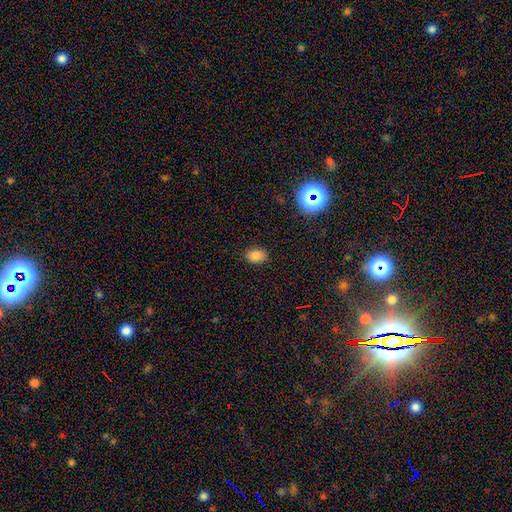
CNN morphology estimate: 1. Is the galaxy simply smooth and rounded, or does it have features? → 84% smooth, 12% star or artifact, 5% featured or disk.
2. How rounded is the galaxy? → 74% in between, 25% round, 1% cigar-shaped.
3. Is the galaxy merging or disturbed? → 88% none, 9% minor disturbance, 2% major disturbance, 1% merger.